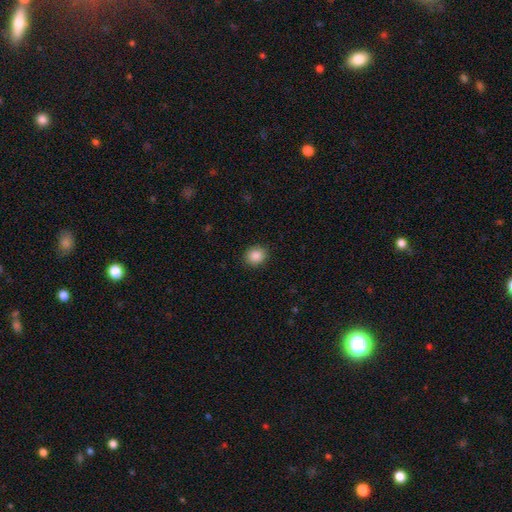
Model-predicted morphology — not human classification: A smooth galaxy with no disk features (88%) that is round (75%). Merging: none (90%).